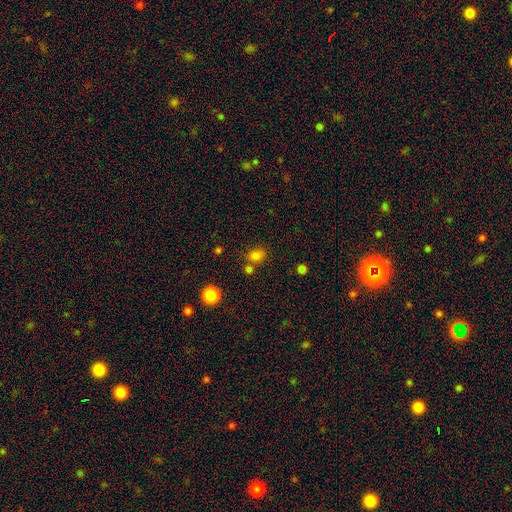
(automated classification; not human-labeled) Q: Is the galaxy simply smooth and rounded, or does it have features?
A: smooth — 79%.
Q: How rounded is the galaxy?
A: round — 60%.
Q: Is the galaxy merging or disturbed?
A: none — 67%.